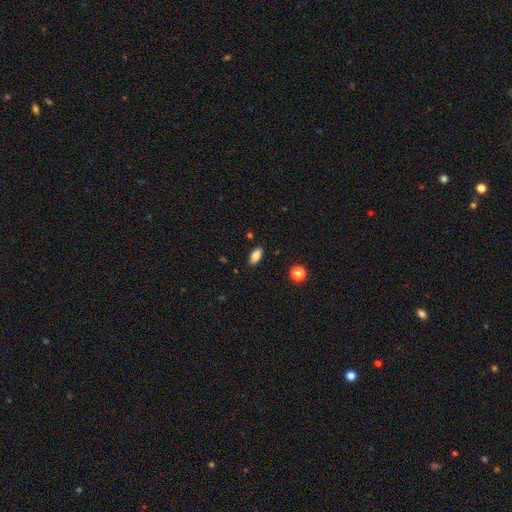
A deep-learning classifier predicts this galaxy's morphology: This appears to be a smooth galaxy with no disk features (81%) that is in between round and cigar-shaped (86%). Merging: none (88%).